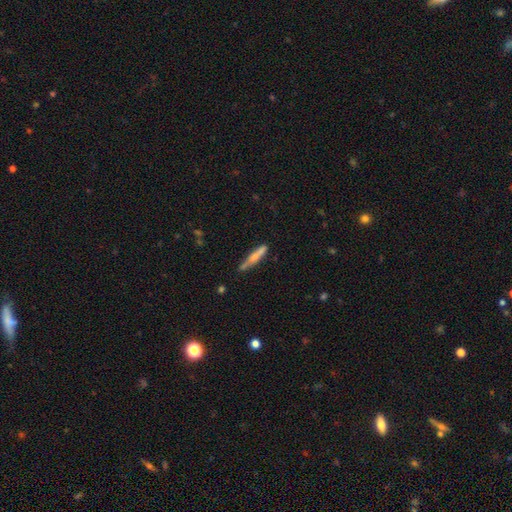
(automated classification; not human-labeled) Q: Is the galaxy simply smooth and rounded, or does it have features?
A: smooth — 59%.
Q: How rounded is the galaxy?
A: cigar-shaped — 92%.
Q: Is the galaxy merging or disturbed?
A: none — 74%.